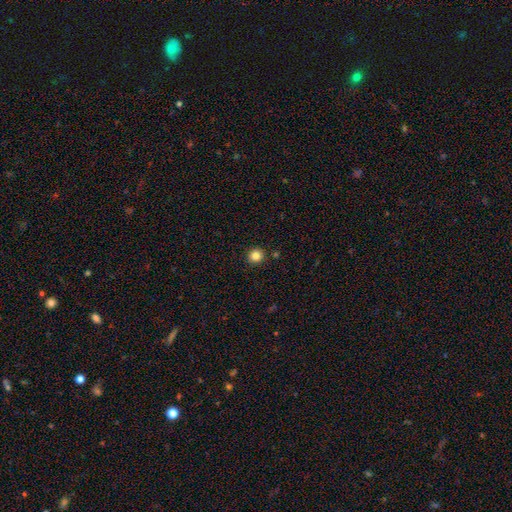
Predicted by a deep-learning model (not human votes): smooth 84%, star or artifact 12%, featured or disk 5%. Down the decision tree: how rounded — round (92%); merging — none (91%).